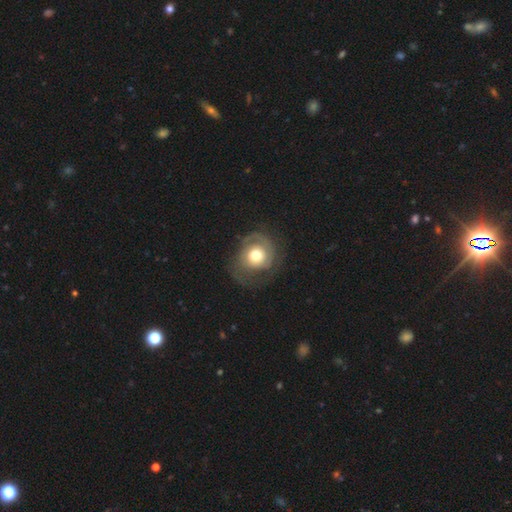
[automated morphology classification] type=featured or disk (56%); edge-on=no (97%); bar=no (84%); spiral arms=yes (74%); bulge=moderate (64%); merging=none (58%).